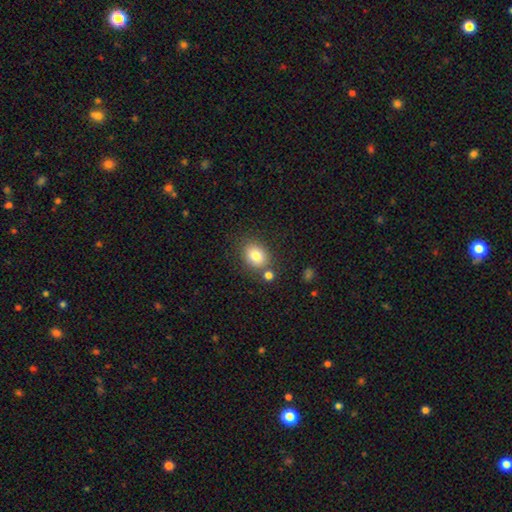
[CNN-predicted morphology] The model was most divided on "how rounded": in between: 56%, round: 43%, cigar-shaped: 1%. More confident: smooth or featured — smooth (81%); merging — none (73%).